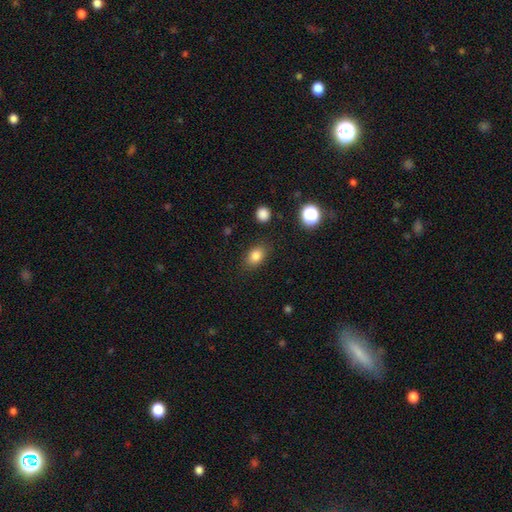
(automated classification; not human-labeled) This appears to be a smooth galaxy with no disk features (82%) that is in between round and cigar-shaped (73%). Merging: none (82%).